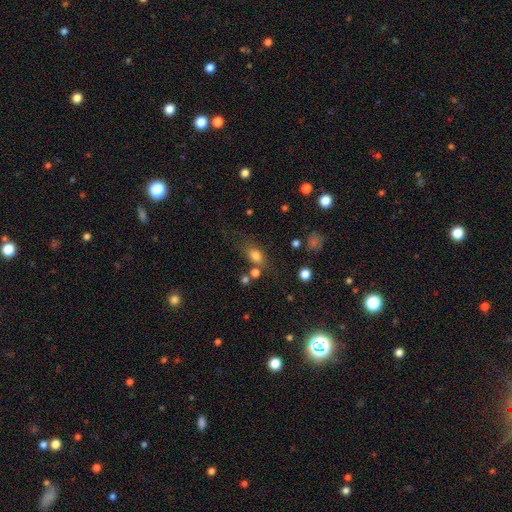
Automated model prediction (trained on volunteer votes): Smooth or featured: smooth — 77% (star or artifact — 13%)
How rounded: in between — 73% (round — 20%)
Merging: none — 59% (minor disturbance — 18%)